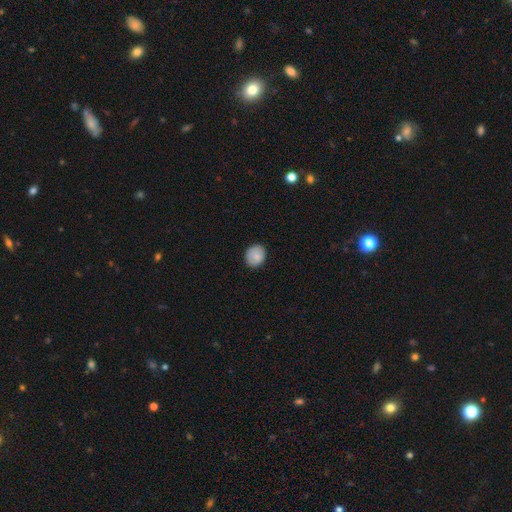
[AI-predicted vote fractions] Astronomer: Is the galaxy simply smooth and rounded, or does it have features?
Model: smooth — 84%.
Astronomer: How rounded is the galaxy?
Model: round — 62% (runner-up: in between, 37%).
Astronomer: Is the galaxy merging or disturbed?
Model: none — 86%.